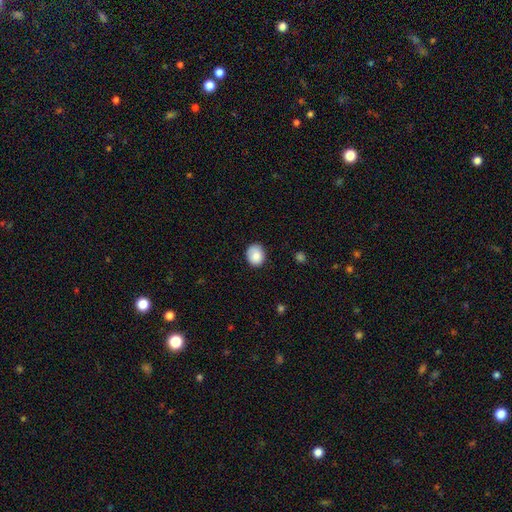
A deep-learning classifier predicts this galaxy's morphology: This is clearly a smooth galaxy (84%). How rounded: likely round (60%). Merging: likely none (78%).